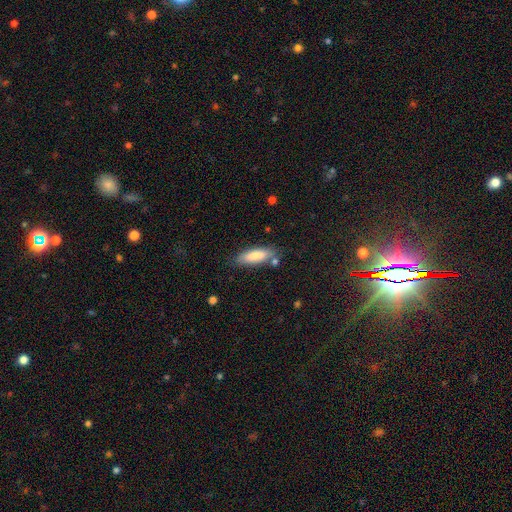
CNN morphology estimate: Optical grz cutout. It shows a smooth galaxy with no disk features (82%) that is in between round and cigar-shaped (52%). Merging: none (75%).